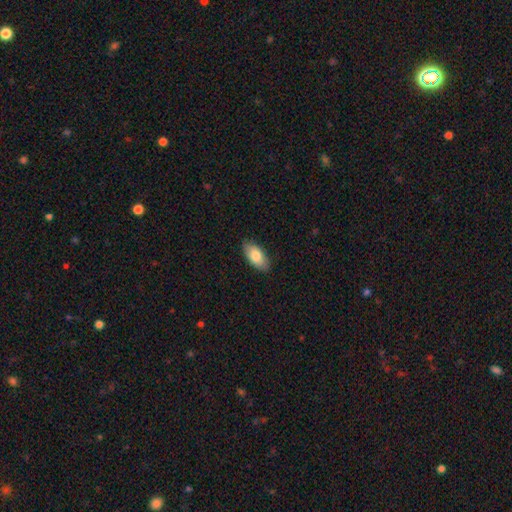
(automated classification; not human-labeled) Morphology: type=smooth (81%); roundness=in between (92%); merging=none (86%).